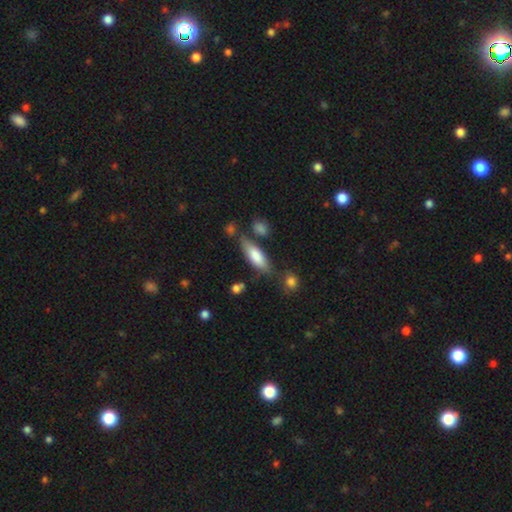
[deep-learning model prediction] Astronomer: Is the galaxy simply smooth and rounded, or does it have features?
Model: smooth — 76%.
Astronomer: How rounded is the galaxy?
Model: in between — 60% (runner-up: cigar-shaped, 38%).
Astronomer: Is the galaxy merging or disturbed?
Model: none — 65%.